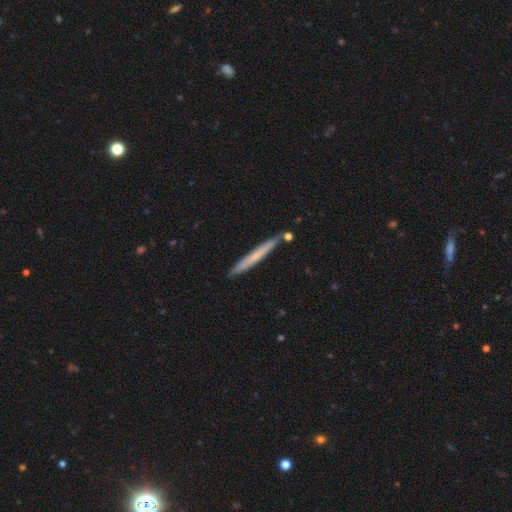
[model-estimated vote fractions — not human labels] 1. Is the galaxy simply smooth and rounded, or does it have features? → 58% smooth, 36% featured or disk, 6% star or artifact.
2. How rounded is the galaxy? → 97% cigar-shaped, 2% in between, 1% round.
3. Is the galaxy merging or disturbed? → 86% none, 9% minor disturbance, 4% merger, 2% major disturbance.